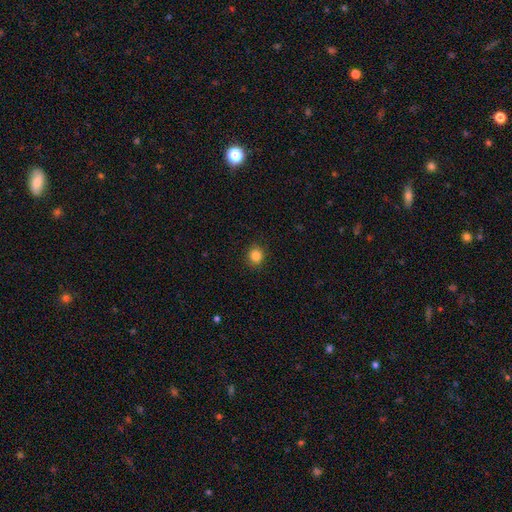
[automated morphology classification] smooth_or_featured: smooth (p=0.84) [alt: star or artifact p=0.11]
how_rounded: round (p=0.85) [alt: in between p=0.14]
merging: none (p=0.91) [alt: minor disturbance p=0.06]